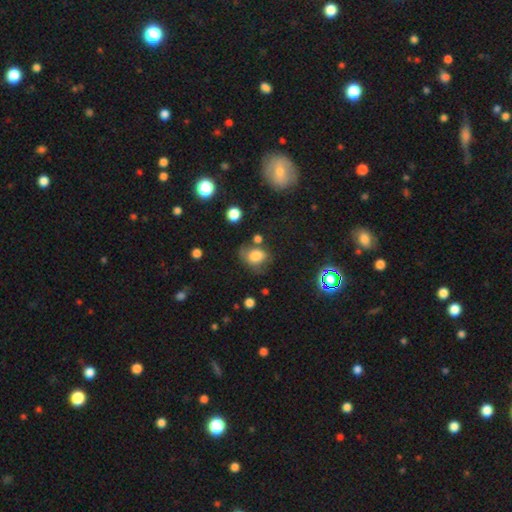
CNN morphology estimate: A smooth galaxy with no disk features (73%) that is in between round and cigar-shaped (56%).

Vote fractions:
- Smooth or featured? smooth: 73% / featured or disk: 15% / star or artifact: 12%
- How rounded? in between: 56% / round: 43% / cigar-shaped: 1%
- Merging? none: 47% / minor disturbance: 28% / major disturbance: 17% / merger: 9%